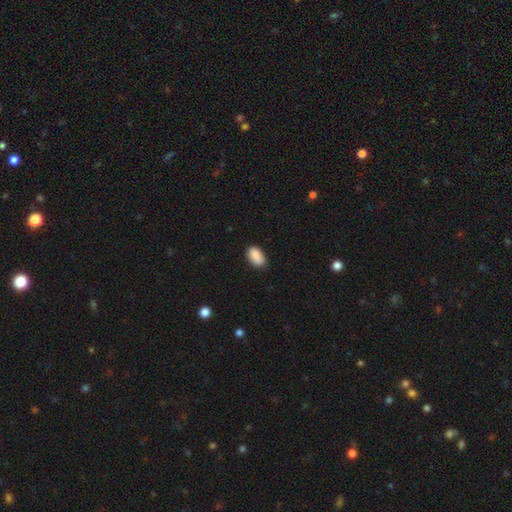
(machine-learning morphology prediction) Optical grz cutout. It shows a smooth galaxy with no disk features (88%) that is in between round and cigar-shaped (92%). Merging: none (78%).